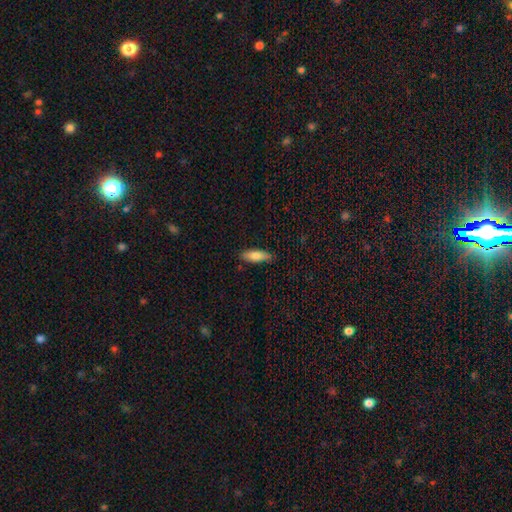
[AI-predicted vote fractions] Smooth or featured: smooth — 79% (featured or disk — 15%)
How rounded: in between — 55% (cigar-shaped — 43%)
Merging: none — 86% (minor disturbance — 11%)